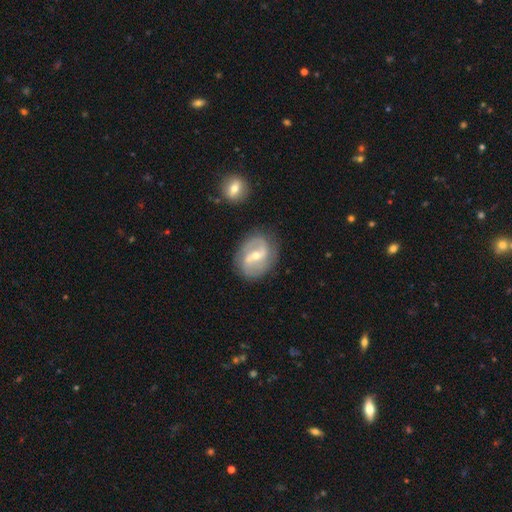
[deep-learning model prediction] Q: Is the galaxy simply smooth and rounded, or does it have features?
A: featured or disk — 83%.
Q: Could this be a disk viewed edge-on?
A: no — 97%.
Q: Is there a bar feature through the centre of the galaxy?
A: weak — 47%.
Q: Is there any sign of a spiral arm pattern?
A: yes — 93%.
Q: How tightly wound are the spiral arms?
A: medium — 45%.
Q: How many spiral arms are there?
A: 2 — 88%.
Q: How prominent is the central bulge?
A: moderate — 49%.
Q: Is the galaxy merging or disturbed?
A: none — 78%.